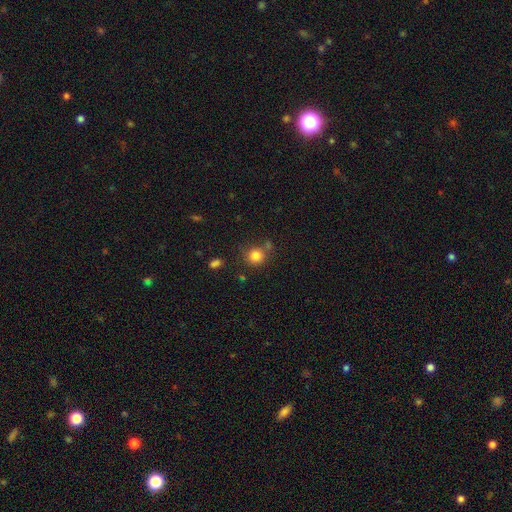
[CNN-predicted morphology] smooth-or-featured: smooth: 82% | star or artifact: 12% | featured or disk: 6%
  how-rounded: round: 89% | in between: 10% | cigar-shaped: 1%
  merging: none: 70% | minor disturbance: 13% | merger: 12% | major disturbance: 5%